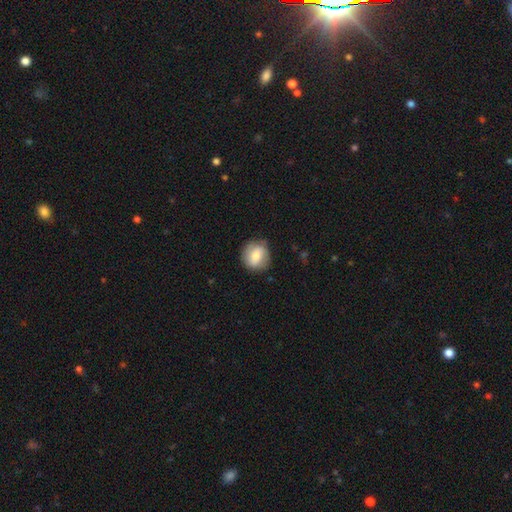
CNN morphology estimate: This appears to be a smooth galaxy with no disk features (67%) that is round (84%). Merging: none (80%).